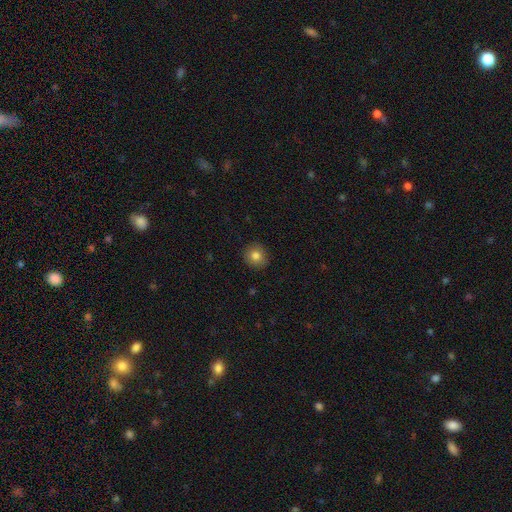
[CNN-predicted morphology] smooth 81%, star or artifact 10%, featured or disk 8%. Down the decision tree: how rounded — round (89%); merging — none (90%).